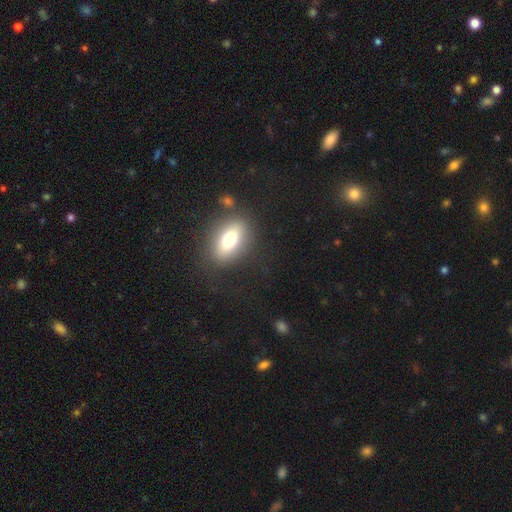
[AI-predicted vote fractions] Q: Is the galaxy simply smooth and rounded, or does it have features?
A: smooth — 63%.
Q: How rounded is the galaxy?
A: in between — 79%.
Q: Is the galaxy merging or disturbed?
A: none — 81%.